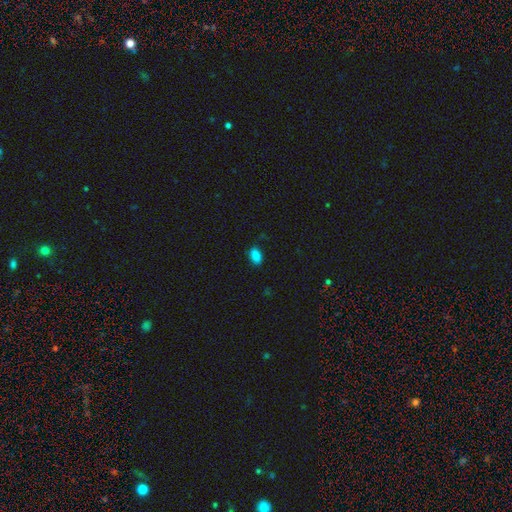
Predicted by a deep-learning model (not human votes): A smooth galaxy with no disk features (86%) that is in between round and cigar-shaped (91%).

Vote fractions:
- Smooth or featured? smooth: 86% / star or artifact: 10% / featured or disk: 3%
- How rounded? in between: 91% / round: 6% / cigar-shaped: 3%
- Merging? none: 82% / minor disturbance: 14% / major disturbance: 3% / merger: 1%